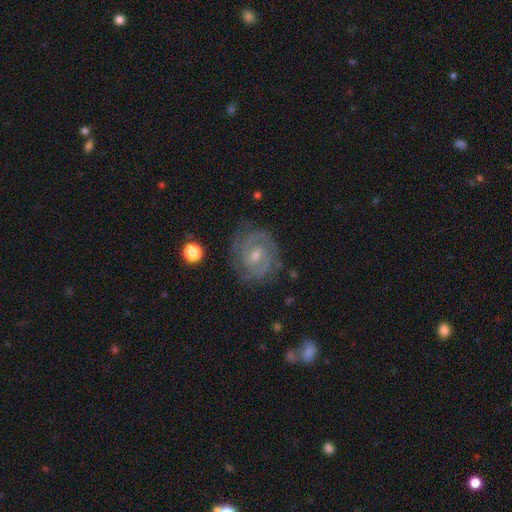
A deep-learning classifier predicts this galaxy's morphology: The model was most divided on "bulge size": small: 53%, moderate: 43%, none: 3%, large: 1%, dominant: 1%. More confident: edge-on disk — no (97%); spiral arms — yes (96%); smooth or featured — featured or disk (85%); merging — none (79%); spiral arm count — 2 (66%); spiral winding — tight (63%); bar — weak (56%).